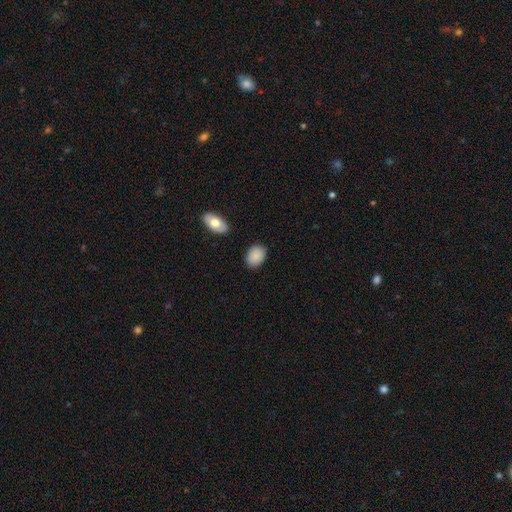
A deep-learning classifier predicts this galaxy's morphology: Overall: smooth (88%). How rounded: in between (73%). Merging: none (84%).